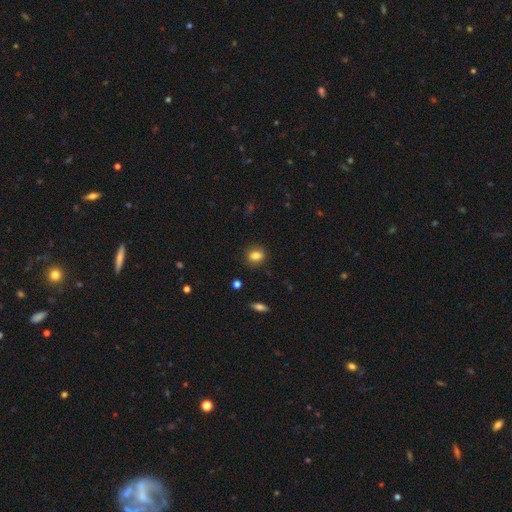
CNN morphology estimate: smooth_or_featured: smooth (p=0.83) [alt: star or artifact p=0.10]
how_rounded: round (p=0.50) [alt: in between p=0.48]
merging: none (p=0.86) [alt: minor disturbance p=0.10]